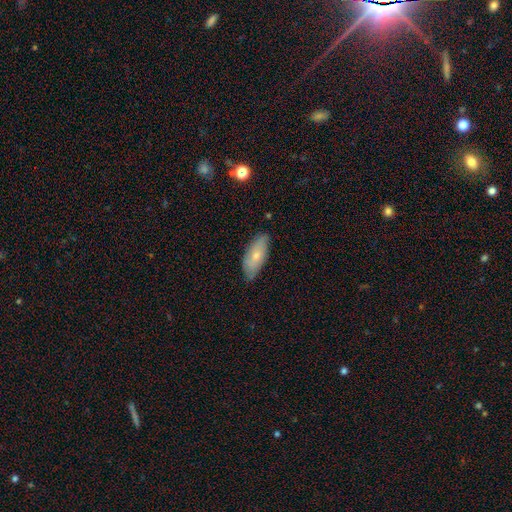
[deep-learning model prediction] Overall: smooth (60%; featured or disk 33%). How rounded: in between (83%). Merging: none (73%).